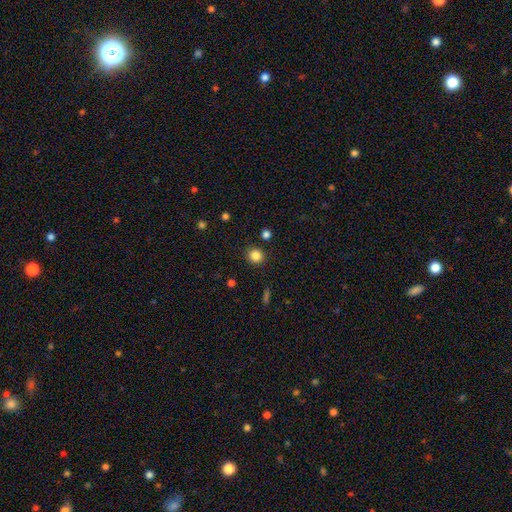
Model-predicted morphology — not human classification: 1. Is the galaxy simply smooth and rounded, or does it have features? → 84% smooth, 12% star or artifact, 5% featured or disk.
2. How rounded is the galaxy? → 89% round, 10% in between, 1% cigar-shaped.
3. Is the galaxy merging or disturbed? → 89% none, 6% minor disturbance, 2% merger, 2% major disturbance.